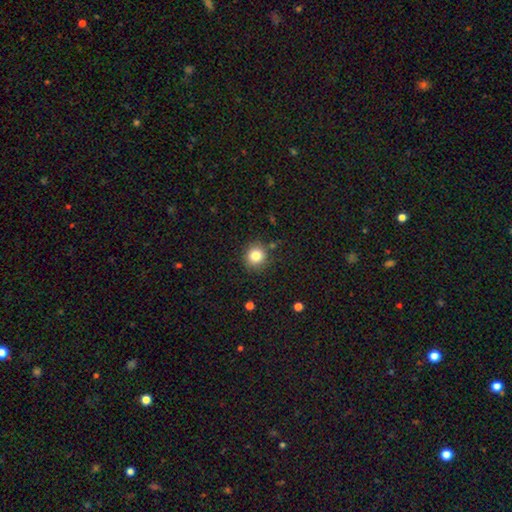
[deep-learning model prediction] Q: Smooth or featured?
A: smooth (82%); runner-up: star or artifact (11%)
Q: How rounded?
A: round (91%); runner-up: in between (9%)
Q: Merging?
A: none (86%); runner-up: minor disturbance (9%)